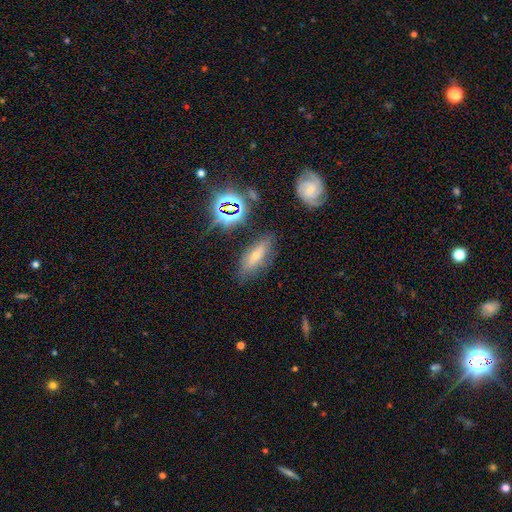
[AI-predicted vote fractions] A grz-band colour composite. It shows a featured or disk galaxy (38%). Merging: none (76%).